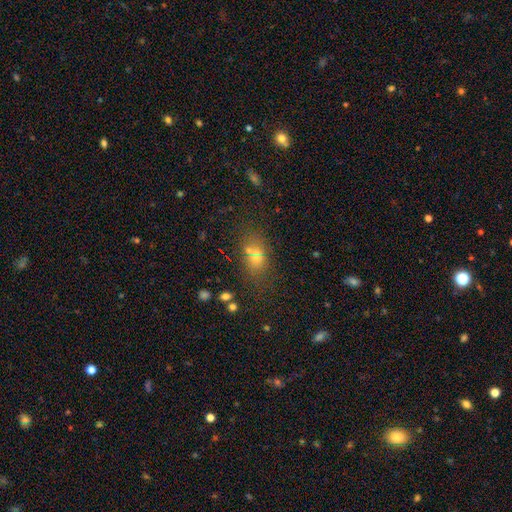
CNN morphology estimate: smooth-or-featured: smooth: 63% | star or artifact: 21% | featured or disk: 16%
  how-rounded: in between: 62% | round: 32% | cigar-shaped: 6%
  merging: none: 53% | merger: 28% | minor disturbance: 12% | major disturbance: 6%